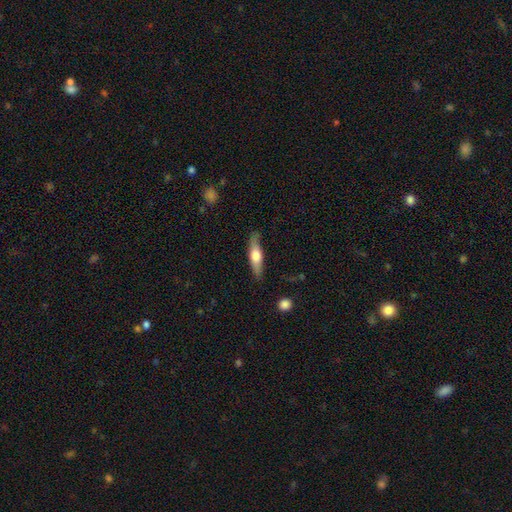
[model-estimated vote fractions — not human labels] Q: Smooth or featured?
A: smooth (48%); runner-up: featured or disk (46%)
Q: Merging?
A: none (84%); runner-up: minor disturbance (12%)